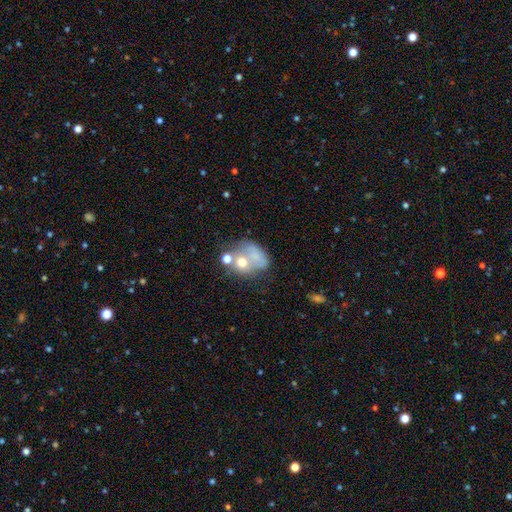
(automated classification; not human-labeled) smooth 55%, featured or disk 32%, star or artifact 13%. Down the decision tree: how rounded — in between (50%); merging — merger (41%).